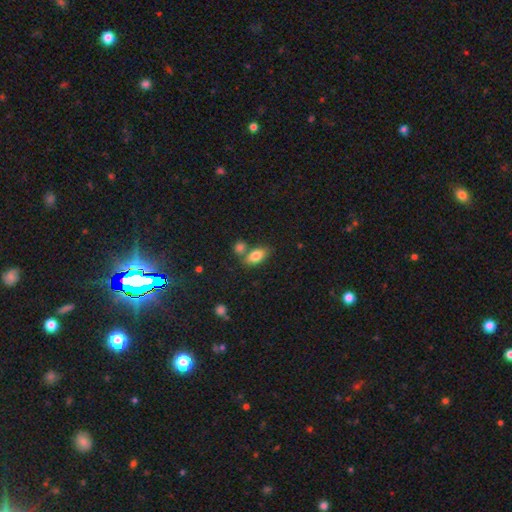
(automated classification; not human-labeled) Smooth or featured?
  - smooth: 81% *
  - featured or disk: 11%
  - star or artifact: 8%
How rounded?
  - in between: 87% *
  - cigar-shaped: 7%
  - round: 6%
Merging?
  - none: 57% *
  - merger: 26%
  - minor disturbance: 13%
  - major disturbance: 4%